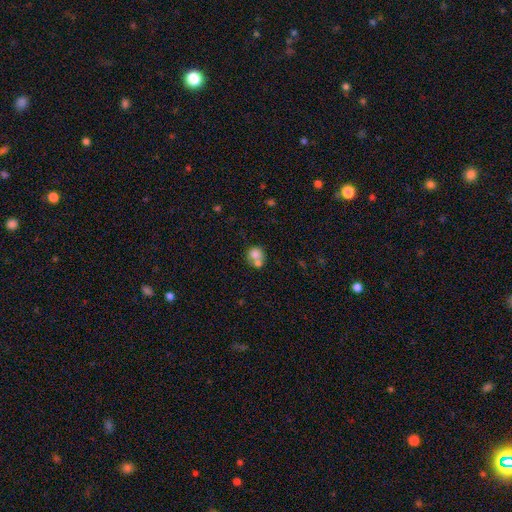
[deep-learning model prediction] This appears to be a smooth galaxy with no disk features (75%) that is round (79%). Merging: merger (54%).